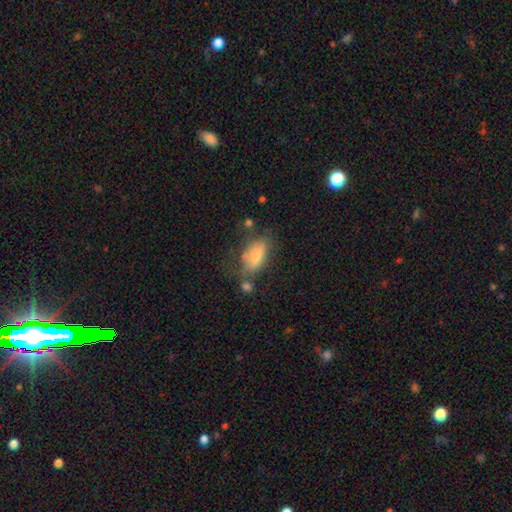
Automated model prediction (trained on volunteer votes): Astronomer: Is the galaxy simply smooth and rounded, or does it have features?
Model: smooth — 68%.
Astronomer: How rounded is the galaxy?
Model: in between — 86%.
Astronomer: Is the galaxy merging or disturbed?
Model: none — 51%.